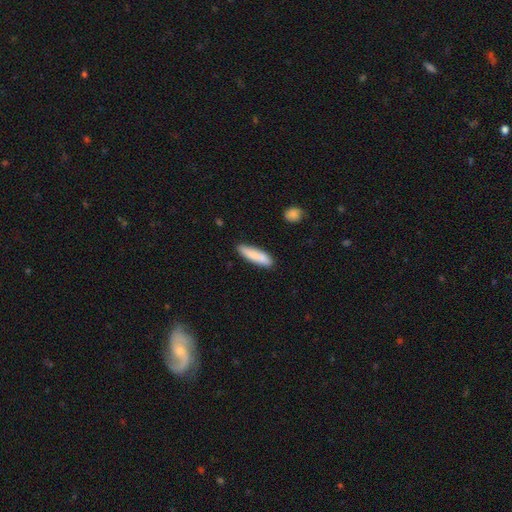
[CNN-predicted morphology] Smooth or featured?
  - smooth: 82% *
  - featured or disk: 12%
  - star or artifact: 6%
How rounded?
  - cigar-shaped: 73% *
  - in between: 26%
  - round: 2%
Merging?
  - none: 81% *
  - minor disturbance: 13%
  - merger: 3%
  - major disturbance: 2%